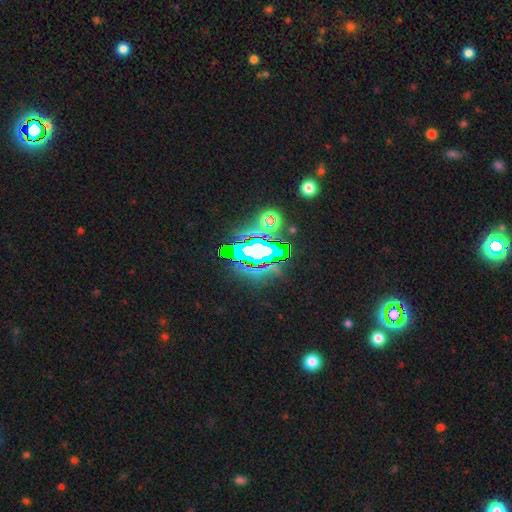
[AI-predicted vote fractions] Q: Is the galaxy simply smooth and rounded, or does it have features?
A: star or artifact — 70%.